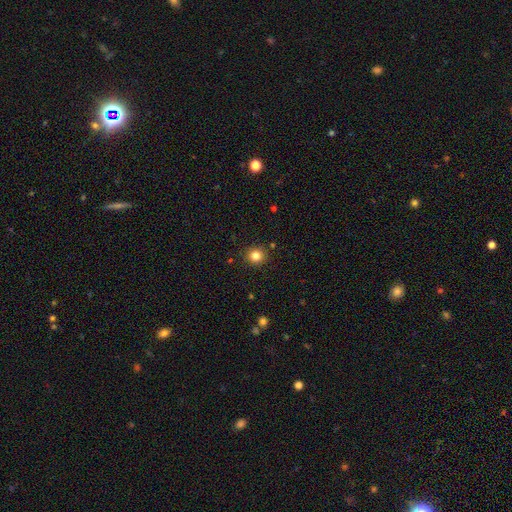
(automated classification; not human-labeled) Morphology: type=smooth (82%); roundness=round (91%); merging=none (91%).